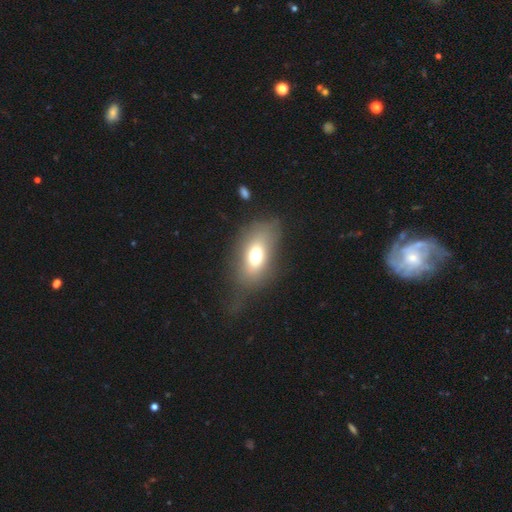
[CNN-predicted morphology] type=smooth (66%); roundness=in between (80%); merging=none (60%).